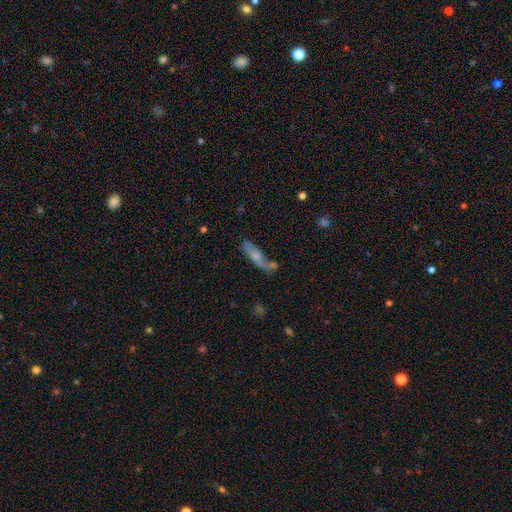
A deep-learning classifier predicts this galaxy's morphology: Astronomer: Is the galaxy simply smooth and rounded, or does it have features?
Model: smooth — 58% (runner-up: featured or disk, 34%).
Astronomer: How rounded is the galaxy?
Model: cigar-shaped — 61% (runner-up: in between, 36%).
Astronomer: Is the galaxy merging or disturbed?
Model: none — 46% (runner-up: minor disturbance, 23%).